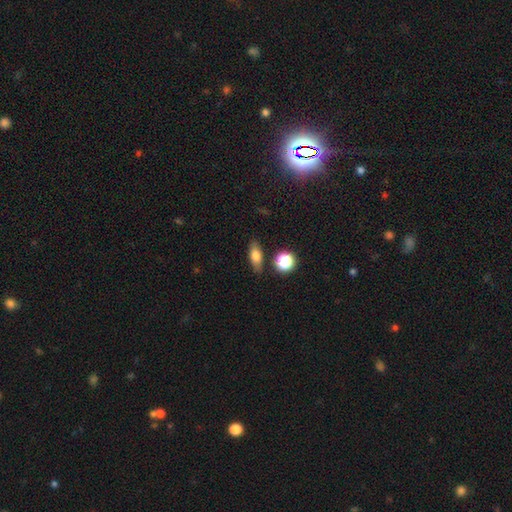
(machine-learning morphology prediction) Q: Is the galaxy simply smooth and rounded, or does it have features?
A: smooth — 71%.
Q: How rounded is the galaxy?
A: in between — 66%.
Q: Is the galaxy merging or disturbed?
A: none — 82%.